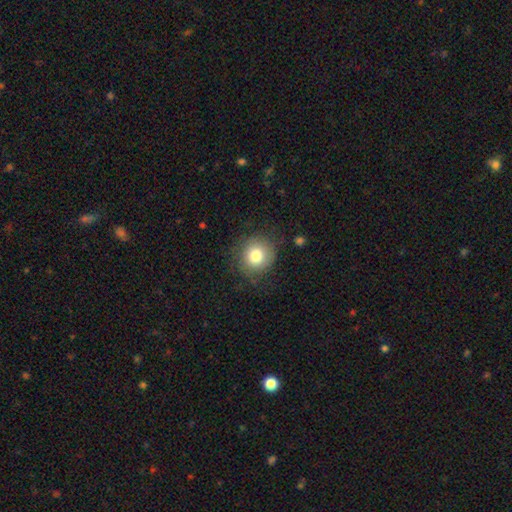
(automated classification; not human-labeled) Smooth or featured? smooth (79%)
How rounded? round (87%)
Merging? none (77%)